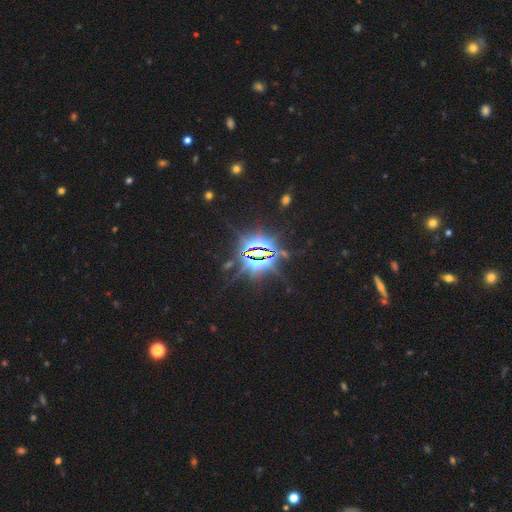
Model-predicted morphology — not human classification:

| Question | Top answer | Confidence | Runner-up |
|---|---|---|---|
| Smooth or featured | star or artifact | 86% | featured or disk (8%) |